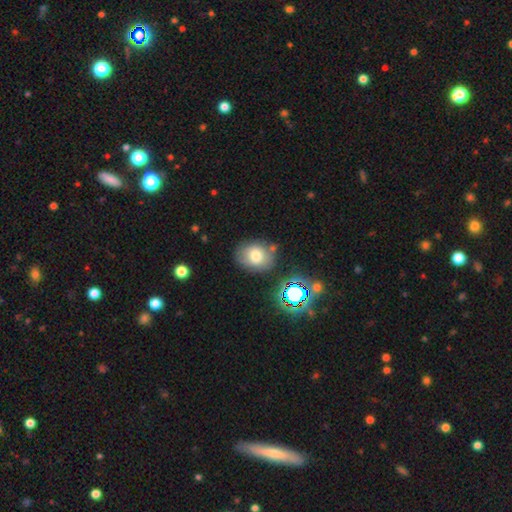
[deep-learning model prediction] This appears to be a smooth galaxy with no disk features (74%) that is round (52%). Merging: none (71%).